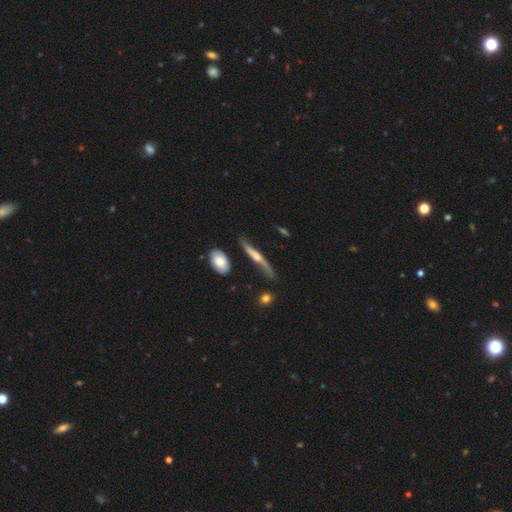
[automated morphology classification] This is likely a featured or disk galaxy (64%). It is likely viewed edge-on (76%). Merging: likely none (61%).